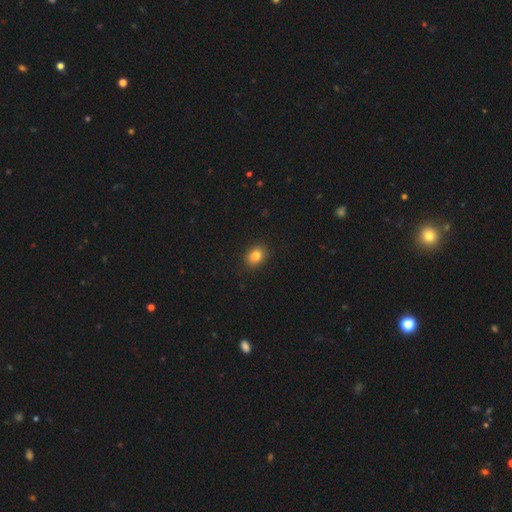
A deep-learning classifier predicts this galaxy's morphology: A smooth galaxy with no disk features (83%) that is in between round and cigar-shaped (56%).

Vote fractions:
- Smooth or featured? smooth: 83% / star or artifact: 10% / featured or disk: 7%
- How rounded? in between: 56% / round: 43% / cigar-shaped: 1%
- Merging? none: 90% / minor disturbance: 8% / major disturbance: 2% / merger: 1%